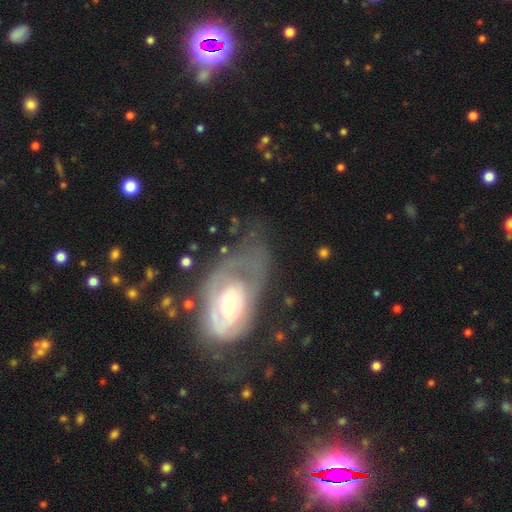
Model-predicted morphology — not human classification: Smooth or featured? Predicted: featured or disk (p=0.72). Edge-on disk? Predicted: no (p=0.94). Bar? Predicted: no (p=0.68). Spiral arms? Predicted: yes (p=0.72). Bulge size? Predicted: moderate (p=0.48). Merging? Predicted: none (p=0.39).